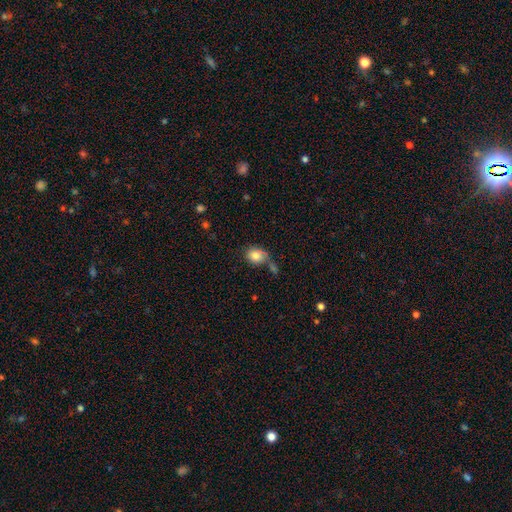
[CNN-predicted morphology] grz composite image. It shows a smooth galaxy with no disk features (80%) that is round (55%). Merging: none (46%).